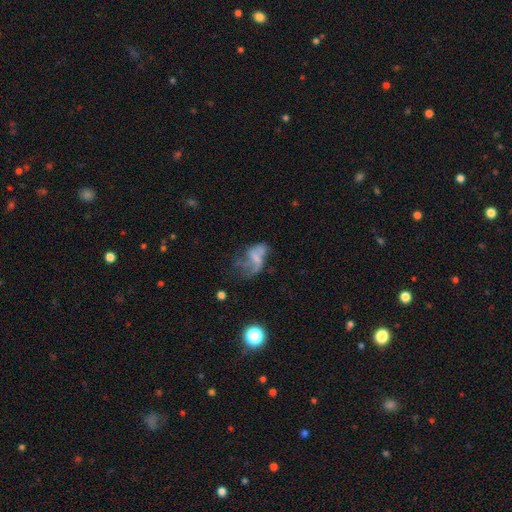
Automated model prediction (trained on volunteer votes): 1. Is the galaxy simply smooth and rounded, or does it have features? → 53% featured or disk, 33% smooth, 14% star or artifact.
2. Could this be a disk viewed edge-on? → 97% no, 3% yes.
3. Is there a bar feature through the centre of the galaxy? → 67% no, 26% weak, 8% strong.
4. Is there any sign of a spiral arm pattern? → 63% no, 37% yes.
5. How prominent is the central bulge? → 59% none, 24% small, 13% moderate, 3% large, 1% dominant.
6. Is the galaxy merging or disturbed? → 47% major disturbance, 24% none, 18% minor disturbance, 10% merger.